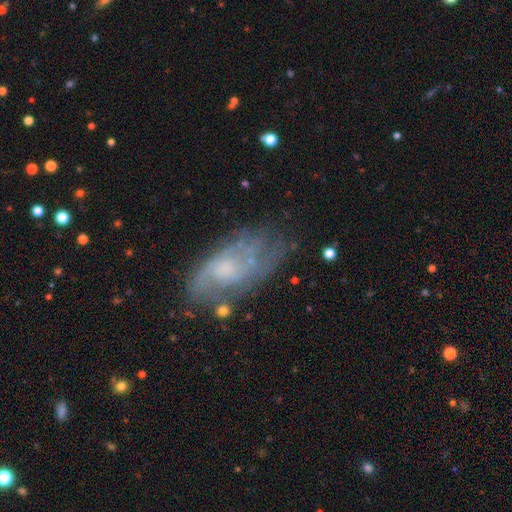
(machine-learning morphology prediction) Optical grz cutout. It shows a featured or disk galaxy (68%) with no bar (68%), spiral arms (80%) and a small central bulge (39%). Merging: none (63%).